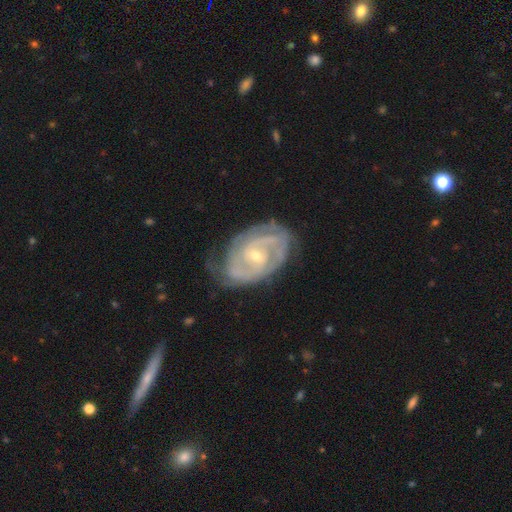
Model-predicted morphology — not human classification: Smooth or featured? featured or disk (88%)
Edge-on disk? no (97%)
Bar? no (47%)
Spiral arms? yes (96%)
Spiral winding? tight (60%)
Spiral arm count? 2 (50%)
Bulge size? small (65%)
Merging? none (65%)